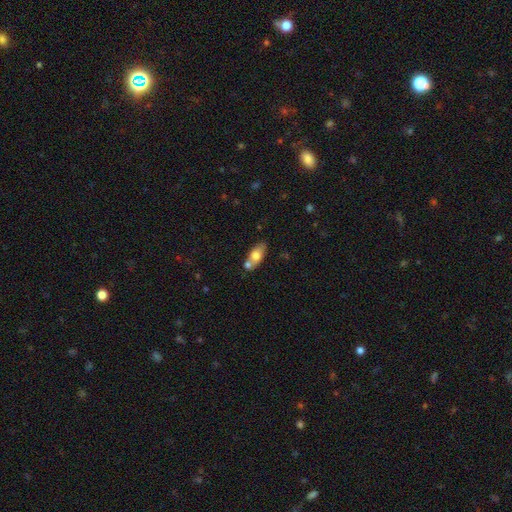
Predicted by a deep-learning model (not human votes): The model was most divided on "merging": none: 51%, merger: 30%, minor disturbance: 15%, major disturbance: 4%. More confident: how rounded — in between (83%); smooth or featured — smooth (69%).